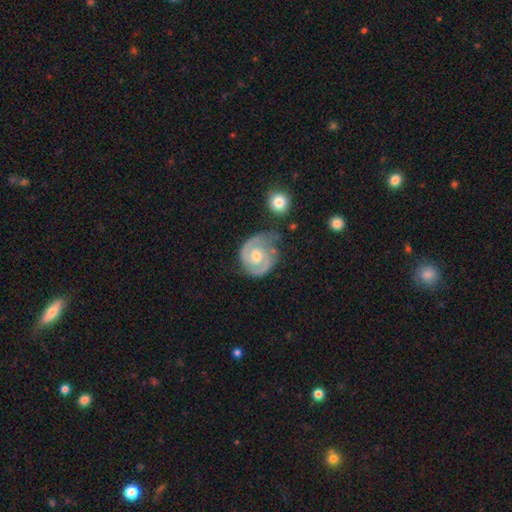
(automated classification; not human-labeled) A featured or disk galaxy (87%) with no bar (62%), 2 (86%) tight (56%) spiral arms (96%) and a moderate central bulge (72%). Merging: none (67%).